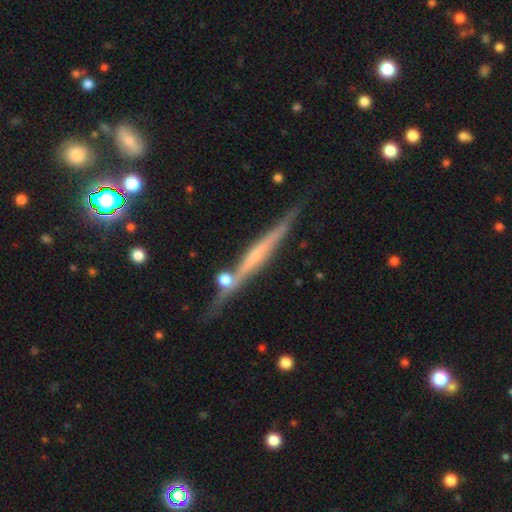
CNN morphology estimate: Q: Smooth or featured?
A: featured or disk (70%); runner-up: smooth (22%)
Q: Edge-on disk?
A: yes (96%); runner-up: no (4%)
Q: Edge-on bulge?
A: none (55%); runner-up: rounded (30%)
Q: Merging?
A: none (77%); runner-up: minor disturbance (13%)